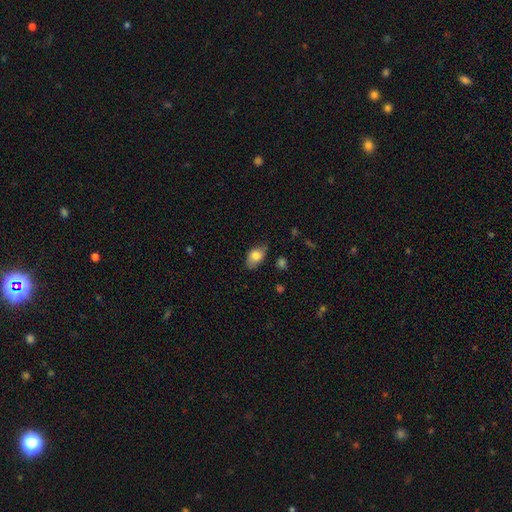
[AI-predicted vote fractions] Smooth or featured? Predicted: smooth (p=0.80). How rounded? Predicted: in between (p=0.85). Merging? Predicted: none (p=0.67).